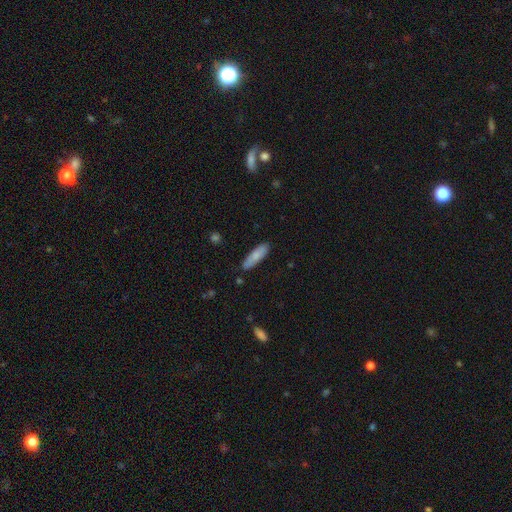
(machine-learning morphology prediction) Smooth or featured? smooth (82%)
How rounded? cigar-shaped (61%)
Merging? none (85%)